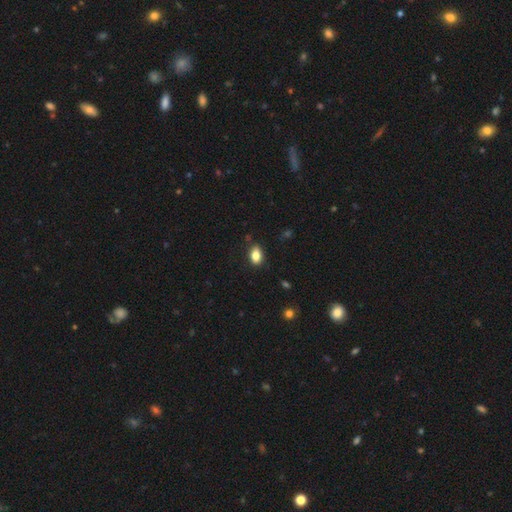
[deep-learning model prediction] Smooth or featured? smooth (83%)
How rounded? in between (87%)
Merging? none (82%)